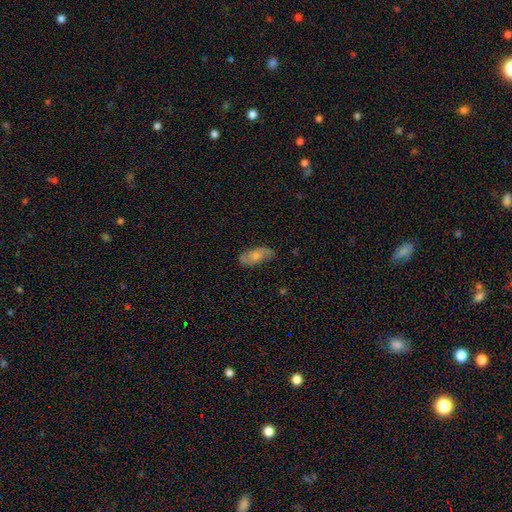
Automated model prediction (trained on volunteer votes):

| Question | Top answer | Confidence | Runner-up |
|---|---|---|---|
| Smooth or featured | featured or disk | 47% | tied: smooth (47%) |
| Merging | none | 75% | minor disturbance (19%) |